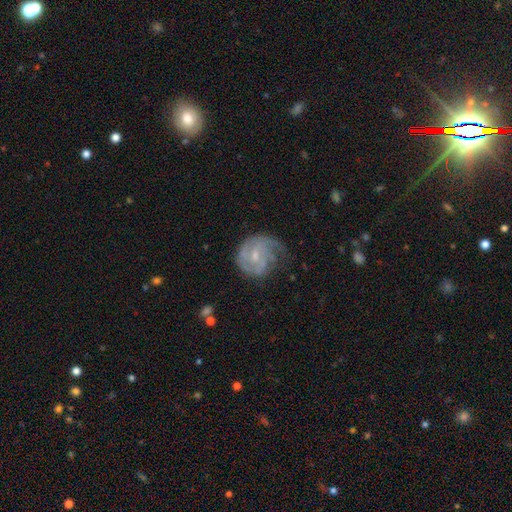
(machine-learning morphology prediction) Overall: featured or disk (75%). Edge-on disk: no (98%). Bar: weak (47%; no 46%). Spiral arms: yes (90%). Spiral arm count: can't tell (30%; 2 28%). Spiral winding: tight (46%; medium 37%). Bulge size: small (60%; moderate 30%). Merging: none (48%; minor disturbance 27%).